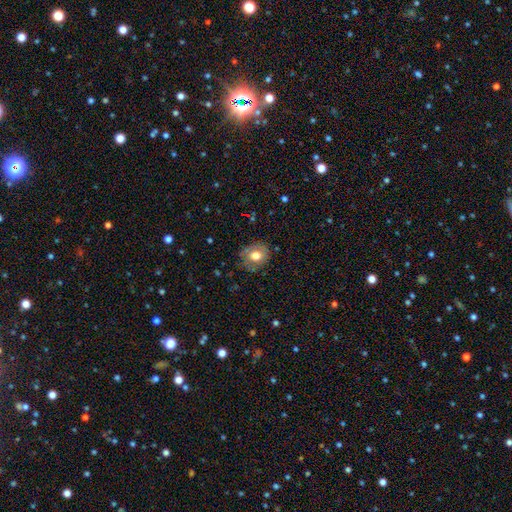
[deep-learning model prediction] The model was most divided on "how rounded": round: 66%, in between: 33%, cigar-shaped: 1%. More confident: merging — none (77%); smooth or featured — smooth (68%).